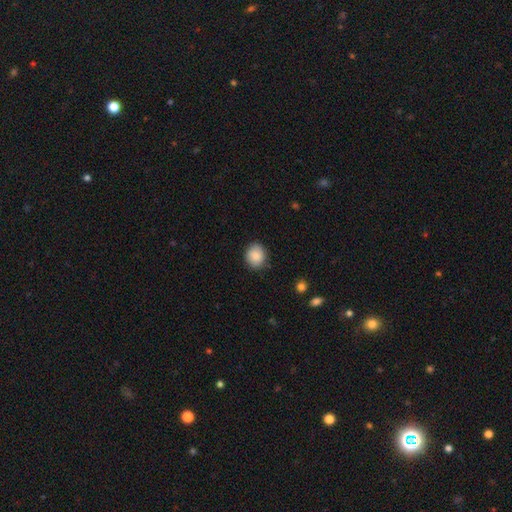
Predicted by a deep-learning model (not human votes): This appears to be a smooth galaxy with no disk features (86%) that is round (69%). Merging: none (84%).